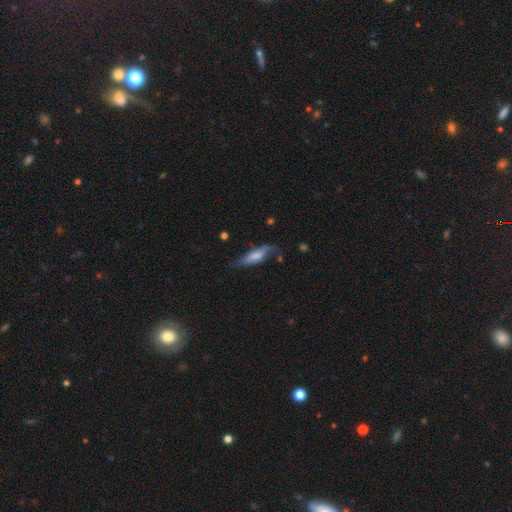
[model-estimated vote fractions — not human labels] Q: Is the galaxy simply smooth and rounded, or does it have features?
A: smooth — 52%.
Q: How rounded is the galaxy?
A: cigar-shaped — 57%.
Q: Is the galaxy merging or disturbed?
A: none — 58%.